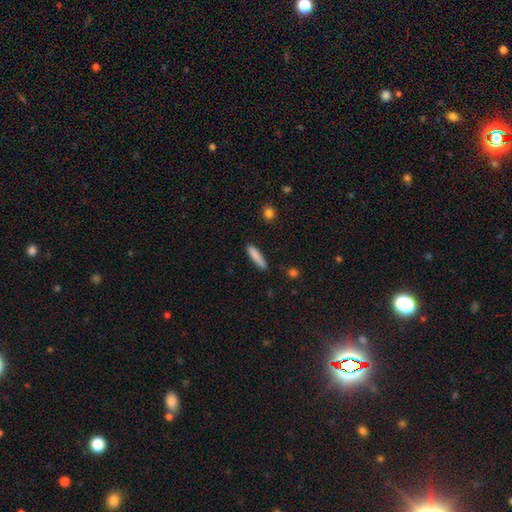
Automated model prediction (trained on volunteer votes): Morphology: type=smooth (84%); roundness=cigar-shaped (86%); merging=none (84%).